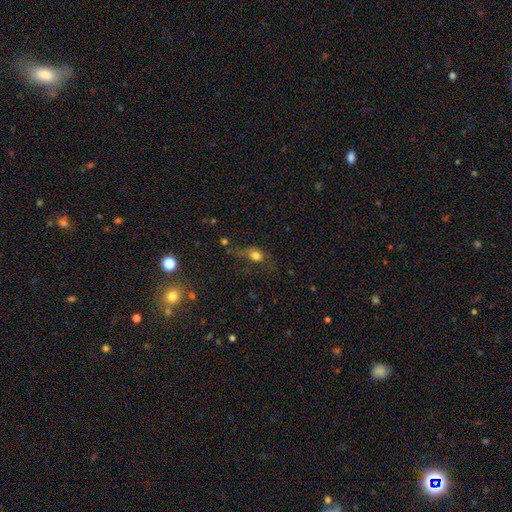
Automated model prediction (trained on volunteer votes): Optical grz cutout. It shows a smooth galaxy with no disk features (70%) that is round (50%). Merging: none (34%).